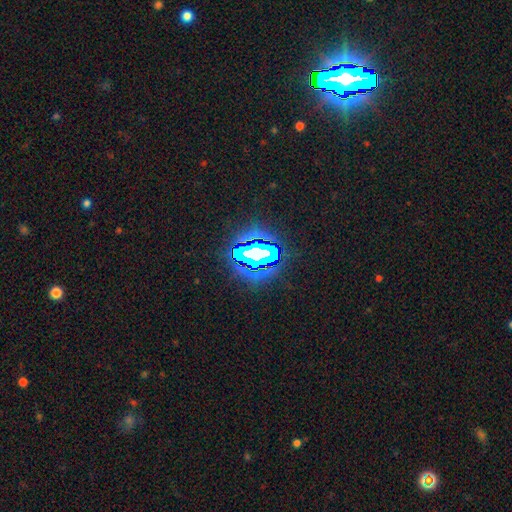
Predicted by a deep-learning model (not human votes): star or artifact 65%, smooth 19%, featured or disk 16%.